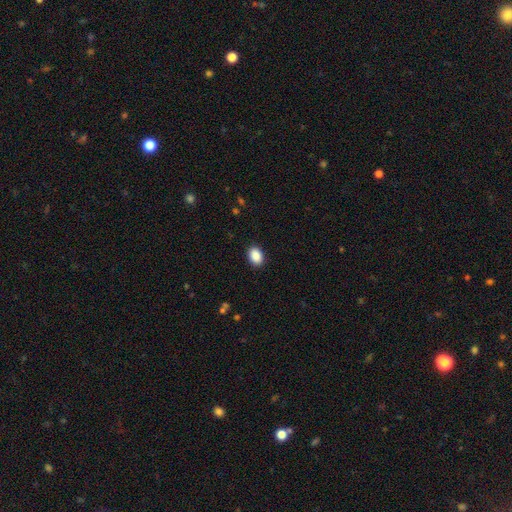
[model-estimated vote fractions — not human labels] smooth-or-featured: smooth: 90% | star or artifact: 7% | featured or disk: 3%
  how-rounded: in between: 82% | round: 17% | cigar-shaped: 1%
  merging: none: 90% | minor disturbance: 7% | major disturbance: 2% | merger: 1%